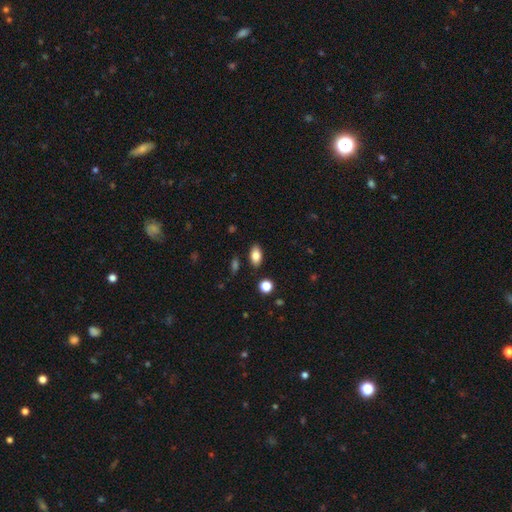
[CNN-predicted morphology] Overall: smooth (83%). How rounded: in between (90%). Merging: none (86%).